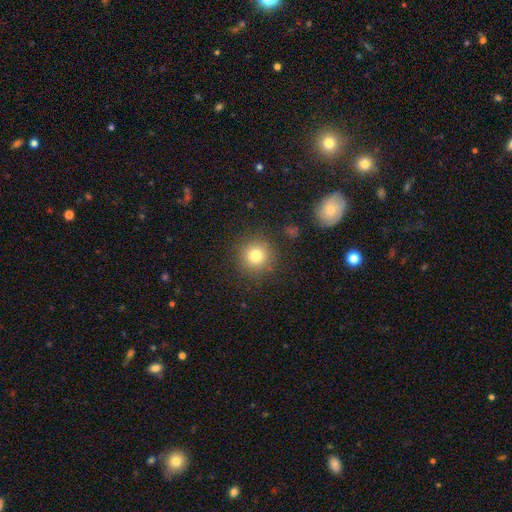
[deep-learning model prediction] Smooth or featured?
  - smooth: 79% *
  - star or artifact: 13%
  - featured or disk: 8%
How rounded?
  - round: 94% *
  - in between: 5%
  - cigar-shaped: 1%
Merging?
  - none: 88% *
  - minor disturbance: 8%
  - major disturbance: 3%
  - merger: 2%